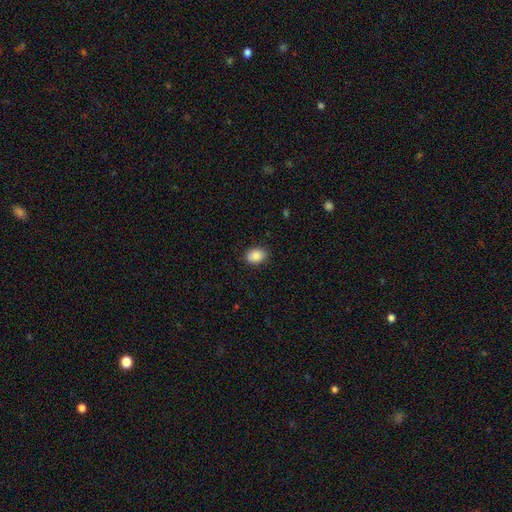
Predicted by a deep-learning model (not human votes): The model was most divided on "how rounded": in between: 70%, round: 29%, cigar-shaped: 1%. More confident: merging — none (87%); smooth or featured — smooth (87%).